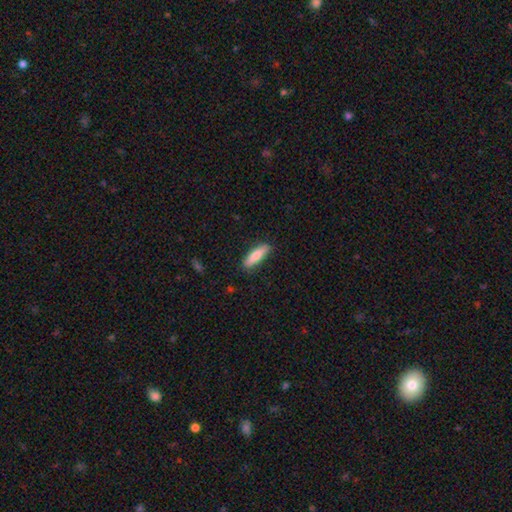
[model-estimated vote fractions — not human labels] This appears to be a smooth galaxy with no disk features (80%) that is cigar-shaped (69%). Merging: none (88%).